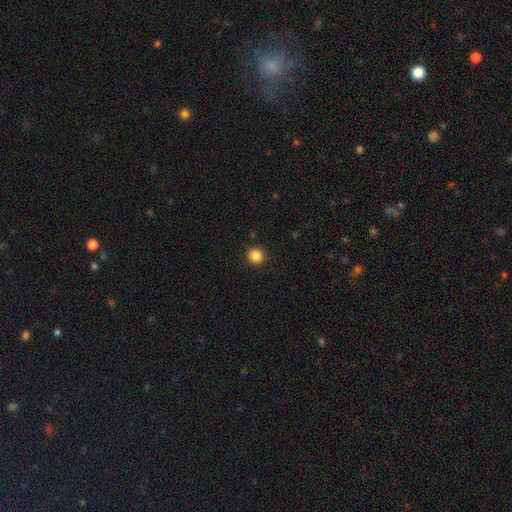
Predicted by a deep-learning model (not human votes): A smooth galaxy with no disk features (86%) that is round (94%). Merging: none (92%).